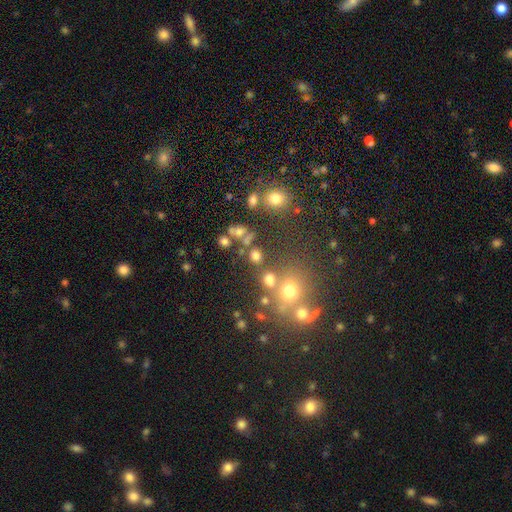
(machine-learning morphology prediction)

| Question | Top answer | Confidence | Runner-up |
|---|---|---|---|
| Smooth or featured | smooth | 66% | star or artifact (22%) |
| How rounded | round | 77% | in between (21%) |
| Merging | none | 61% | merger (23%) |